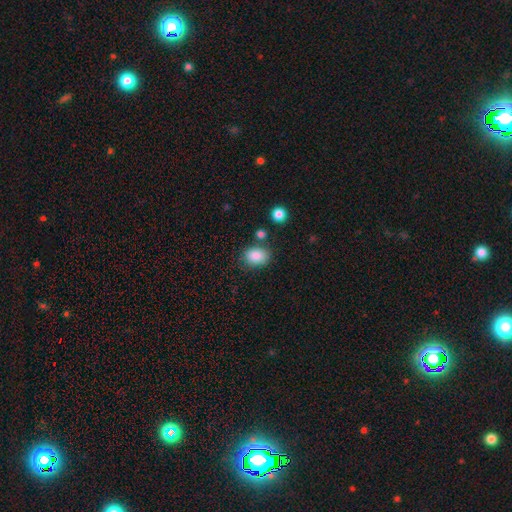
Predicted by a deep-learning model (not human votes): A smooth galaxy with no disk features (86%) that is in between round and cigar-shaped (61%). Merging: none (74%).